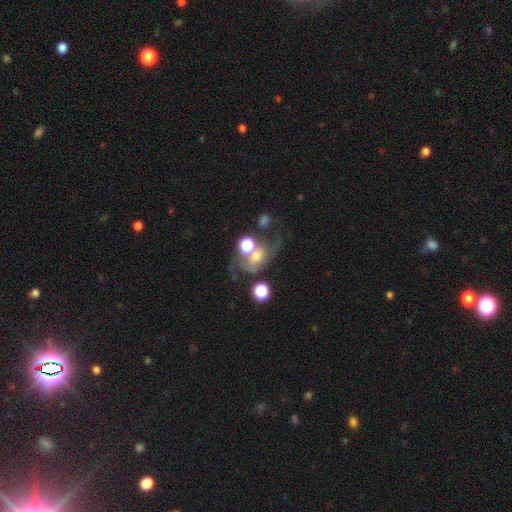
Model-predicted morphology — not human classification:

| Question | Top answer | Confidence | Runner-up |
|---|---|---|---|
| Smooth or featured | featured or disk | 63% | smooth (21%) |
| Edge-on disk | no | 96% | yes (4%) |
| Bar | no | 63% | weak (28%) |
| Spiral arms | yes | 80% | no (20%) |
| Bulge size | moderate | 47% | small (30%) |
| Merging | none | 41% | merger (24%) |